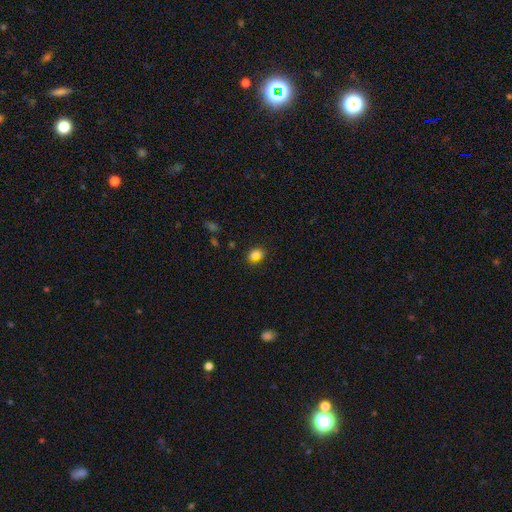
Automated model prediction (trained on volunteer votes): smooth 75%, star or artifact 17%, featured or disk 8%. Down the decision tree: how rounded — in between (58%); merging — none (74%).